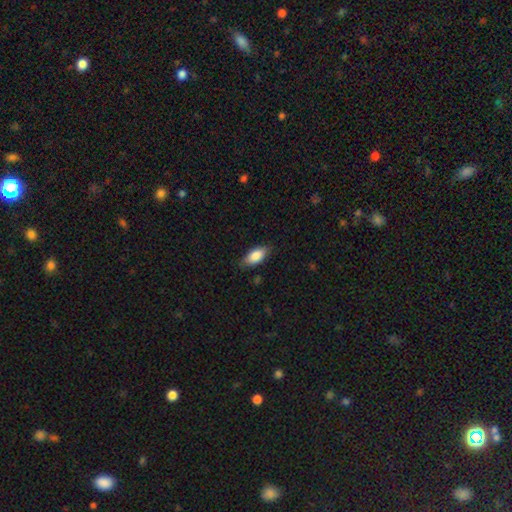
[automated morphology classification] smooth 83%, featured or disk 10%, star or artifact 6%. Down the decision tree: how rounded — in between (88%); merging — none (79%).